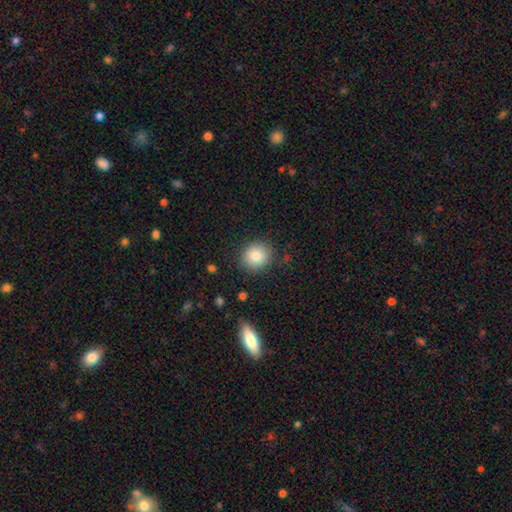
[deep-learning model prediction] A smooth galaxy with no disk features (84%) that is round (81%).

Vote fractions:
- Smooth or featured? smooth: 84% / star or artifact: 9% / featured or disk: 7%
- How rounded? round: 81% / in between: 18% / cigar-shaped: 1%
- Merging? none: 86% / minor disturbance: 10% / major disturbance: 3% / merger: 1%